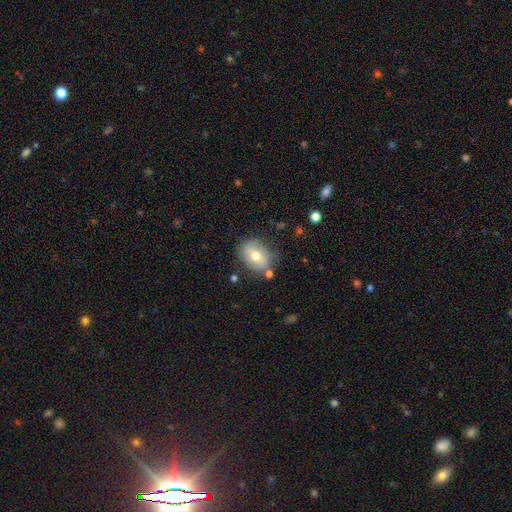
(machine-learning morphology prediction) Smooth or featured? smooth (64%)
How rounded? in between (61%)
Merging? none (72%)